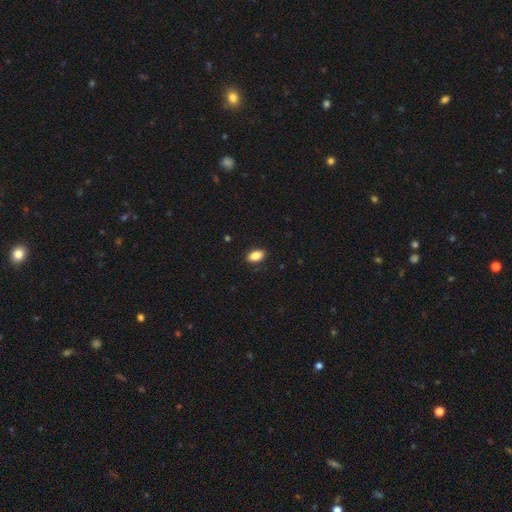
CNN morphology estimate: A smooth galaxy with no disk features (84%) that is in between round and cigar-shaped (90%). Merging: none (88%).